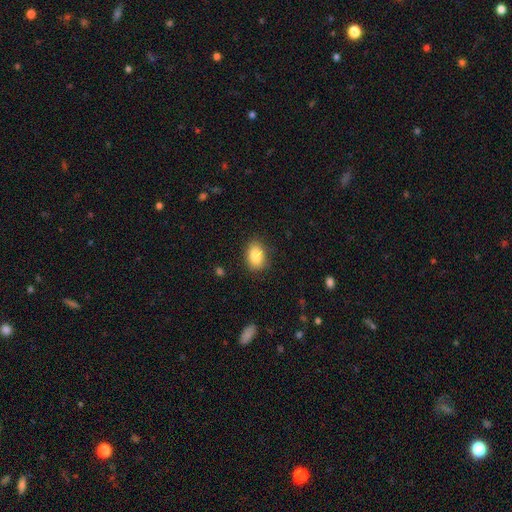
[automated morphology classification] A smooth galaxy with no disk features (86%) that is in between round and cigar-shaped (83%).

Vote fractions:
- Smooth or featured? smooth: 86% / star or artifact: 8% / featured or disk: 6%
- How rounded? in between: 83% / round: 16% / cigar-shaped: 1%
- Merging? none: 84% / minor disturbance: 12% / major disturbance: 3% / merger: 1%